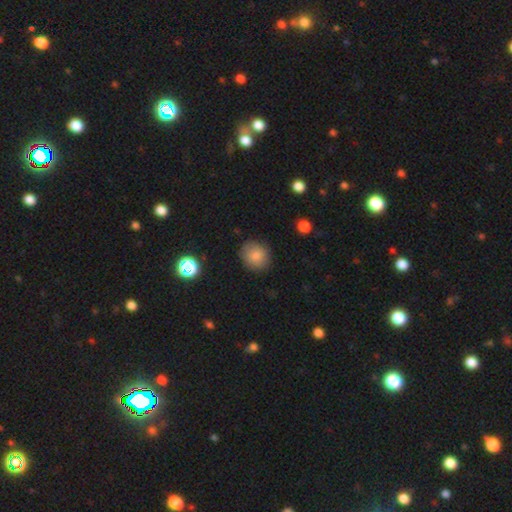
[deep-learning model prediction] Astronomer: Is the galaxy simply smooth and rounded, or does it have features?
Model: smooth — 83%.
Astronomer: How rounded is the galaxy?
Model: round — 81%.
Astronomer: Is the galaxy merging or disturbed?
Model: none — 85%.